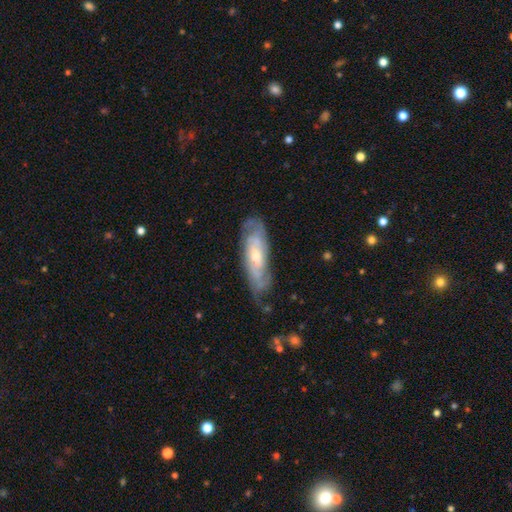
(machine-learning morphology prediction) type=featured or disk (73%); edge-on=no (79%); bar=no (66%); spiral arms=yes (85%); bulge=small (47%, tied with moderate); merging=none (65%).